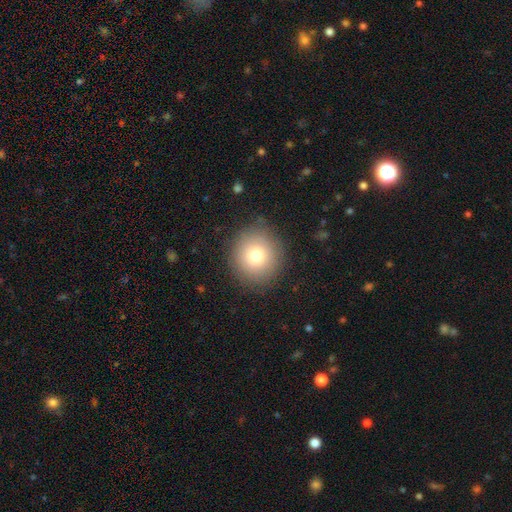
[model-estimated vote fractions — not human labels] Q: Smooth or featured?
A: smooth (78%); runner-up: featured or disk (11%)
Q: How rounded?
A: round (89%); runner-up: in between (10%)
Q: Merging?
A: none (86%); runner-up: minor disturbance (9%)